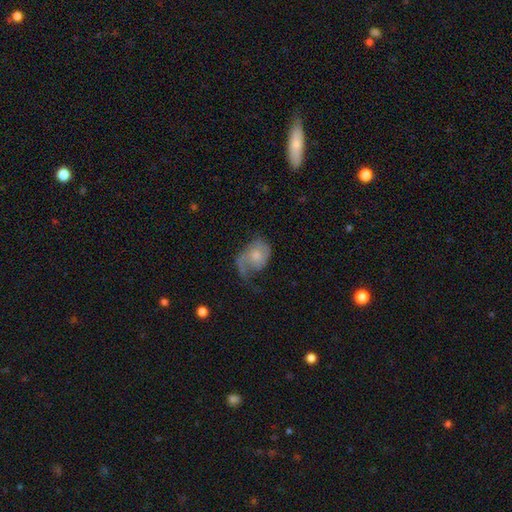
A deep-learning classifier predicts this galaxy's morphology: featured or disk 57%, smooth 36%, star or artifact 7%. Down the decision tree: edge-on disk — no (97%); bar — no (75%); spiral arms — yes (82%); bulge size — moderate (45%); merging — major disturbance (38%).